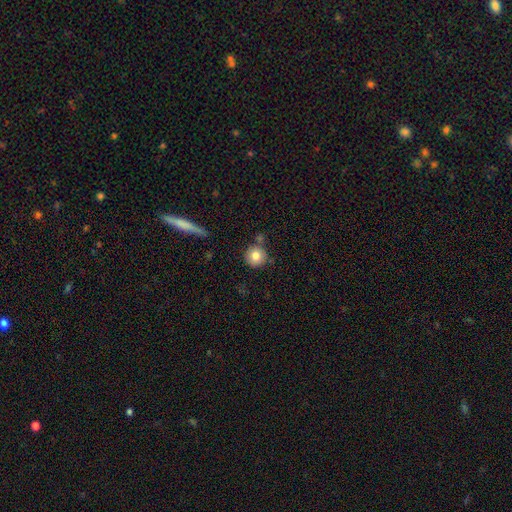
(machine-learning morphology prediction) Overall: smooth (81%). How rounded: round (93%). Merging: none (76%).